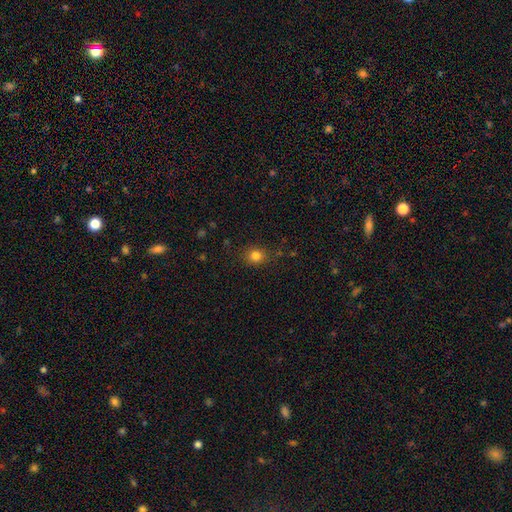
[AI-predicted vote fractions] A smooth galaxy with no disk features (81%) that is round (80%). Merging: none (86%).